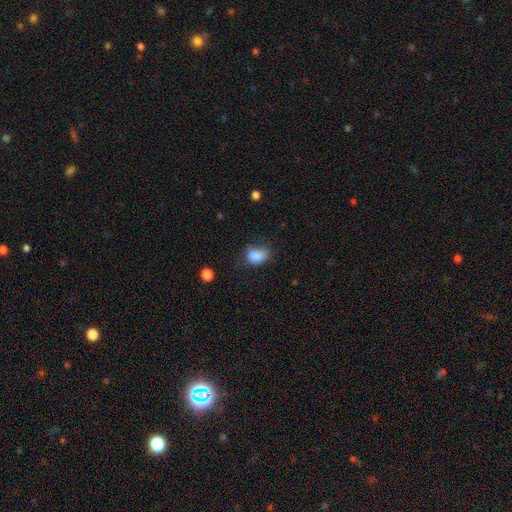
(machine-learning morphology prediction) Smooth or featured? smooth (84%)
How rounded? in between (72%)
Merging? none (50%)